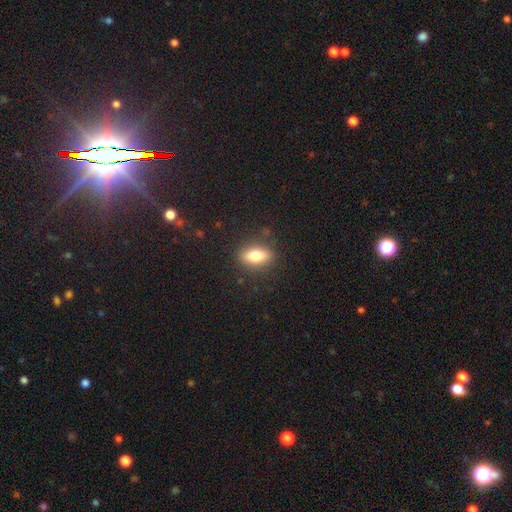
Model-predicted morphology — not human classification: smooth 75%, featured or disk 17%, star or artifact 8%. Down the decision tree: how rounded — in between (79%); merging — none (85%).